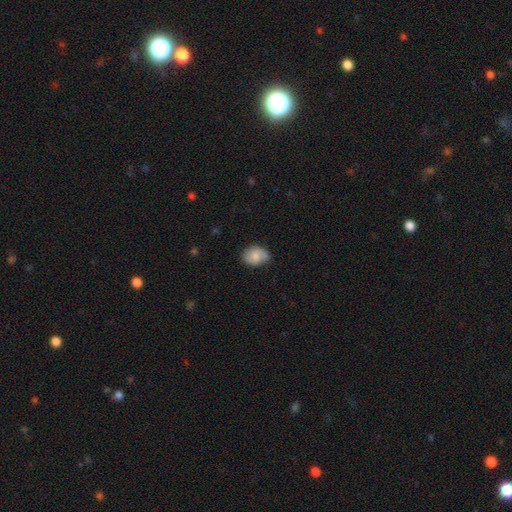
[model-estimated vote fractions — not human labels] Smooth or featured? Predicted: smooth (p=0.65). How rounded? Predicted: in between (p=0.60). Merging? Predicted: none (p=0.67).